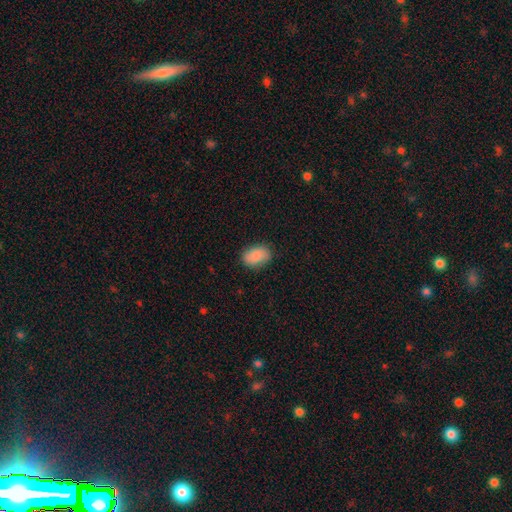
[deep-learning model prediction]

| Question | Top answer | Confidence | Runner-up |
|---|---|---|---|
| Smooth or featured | smooth | 87% | star or artifact (7%) |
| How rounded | in between | 87% | round (11%) |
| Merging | none | 83% | minor disturbance (13%) |